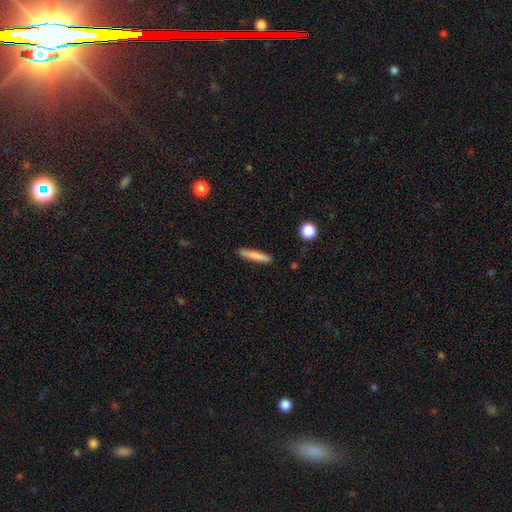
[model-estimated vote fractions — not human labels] Smooth or featured? smooth (79%)
How rounded? cigar-shaped (92%)
Merging? none (88%)